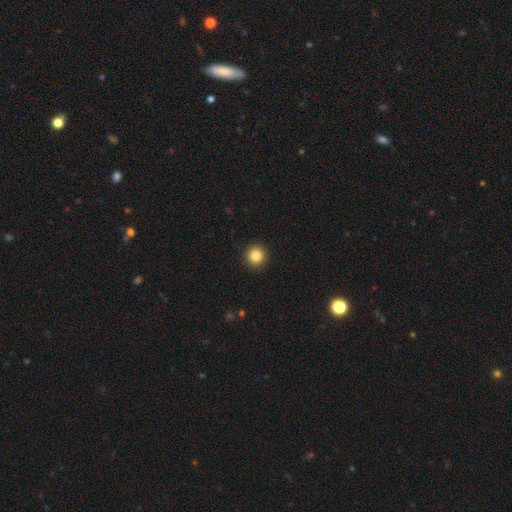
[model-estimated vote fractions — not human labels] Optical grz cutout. It shows a smooth galaxy with no disk features (85%) that is round (95%). Merging: none (93%).